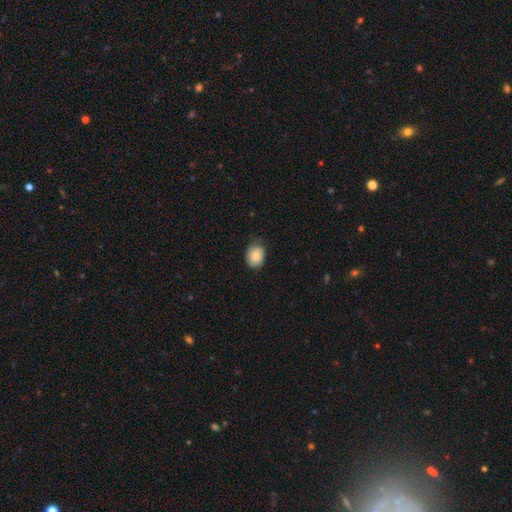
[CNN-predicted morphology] A smooth galaxy with no disk features (78%) that is in between round and cigar-shaped (62%). Merging: none (66%).